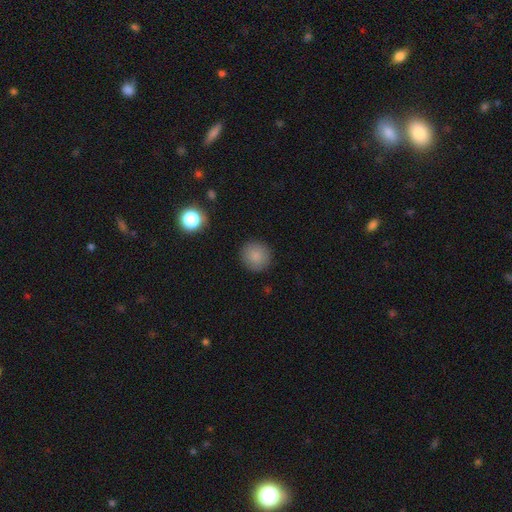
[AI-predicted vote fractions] smooth-or-featured: smooth: 85% | star or artifact: 9% | featured or disk: 5%
  how-rounded: round: 91% | in between: 8% | cigar-shaped: 1%
  merging: none: 89% | minor disturbance: 7% | major disturbance: 2% | merger: 1%